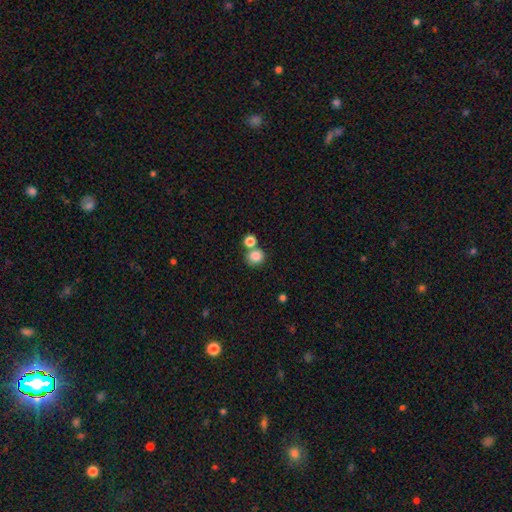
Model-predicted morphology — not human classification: smooth 83%, star or artifact 10%, featured or disk 7%. Down the decision tree: how rounded — round (86%); merging — none (56%).